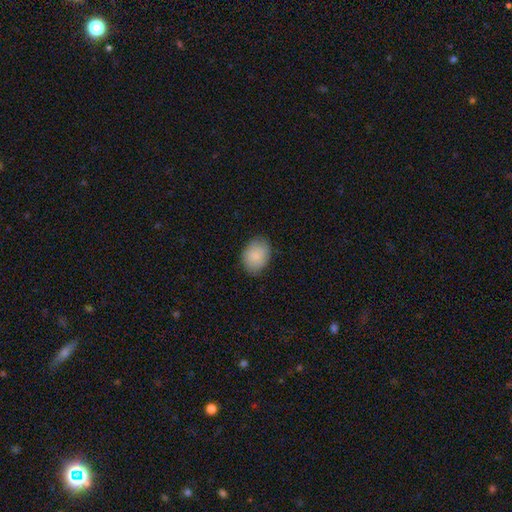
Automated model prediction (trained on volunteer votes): smooth-or-featured: smooth: 88% | featured or disk: 6% | star or artifact: 6%
  how-rounded: in between: 65% | round: 34% | cigar-shaped: 1%
  merging: none: 81% | minor disturbance: 15% | major disturbance: 3% | merger: 1%